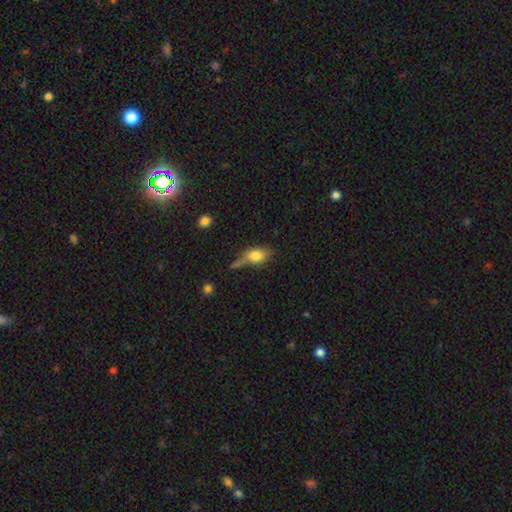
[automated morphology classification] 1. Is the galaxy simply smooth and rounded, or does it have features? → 71% smooth, 20% featured or disk, 9% star or artifact.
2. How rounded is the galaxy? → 77% in between, 14% round, 9% cigar-shaped.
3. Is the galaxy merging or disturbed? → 44% none, 24% minor disturbance, 18% merger, 14% major disturbance.